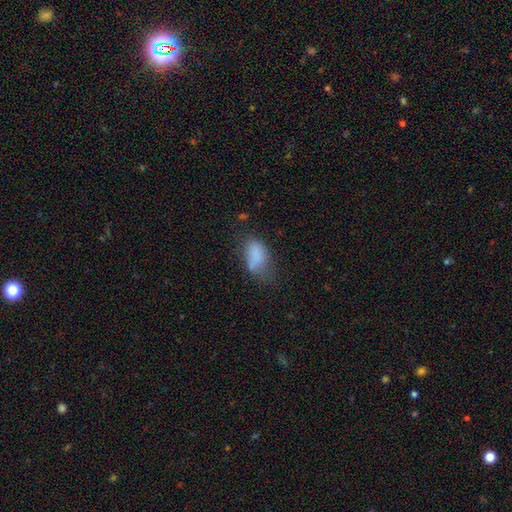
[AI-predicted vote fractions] Smooth or featured: smooth — 77% (featured or disk — 13%)
How rounded: in between — 91% (round — 6%)
Merging: minor disturbance — 34% (none — 33%)